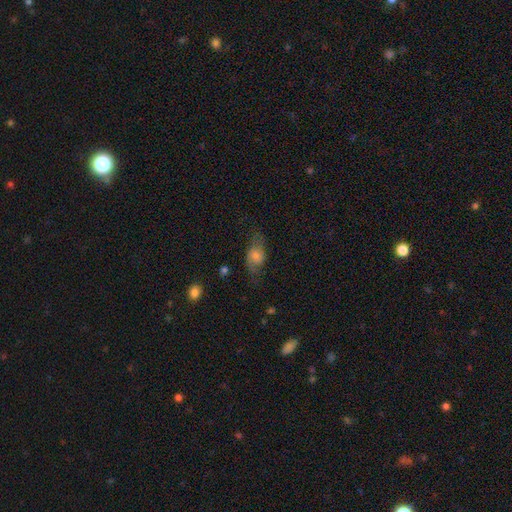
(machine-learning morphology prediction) This is possibly a smooth galaxy (49%). Merging: likely none (61%).